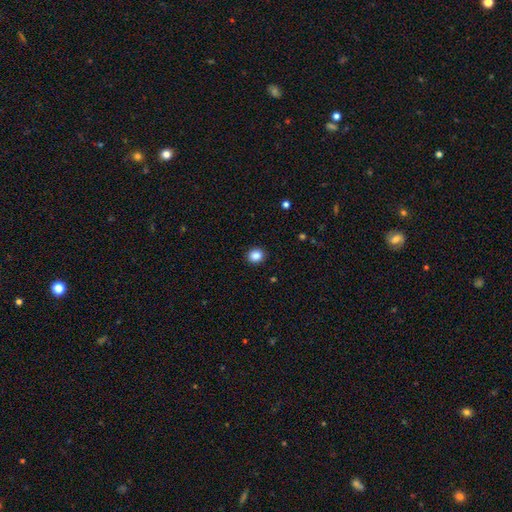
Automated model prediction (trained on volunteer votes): Smooth or featured? Predicted: smooth (p=0.86). How rounded? Predicted: round (p=0.80). Merging? Predicted: none (p=0.91).